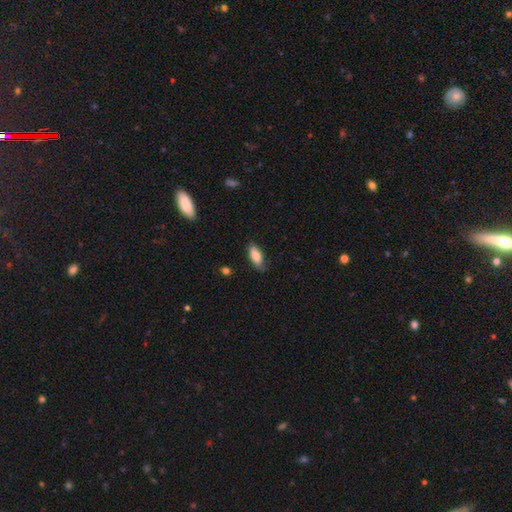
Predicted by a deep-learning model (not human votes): Smooth or featured: smooth — 82% (featured or disk — 11%)
How rounded: in between — 79% (cigar-shaped — 19%)
Merging: none — 75% (minor disturbance — 20%)